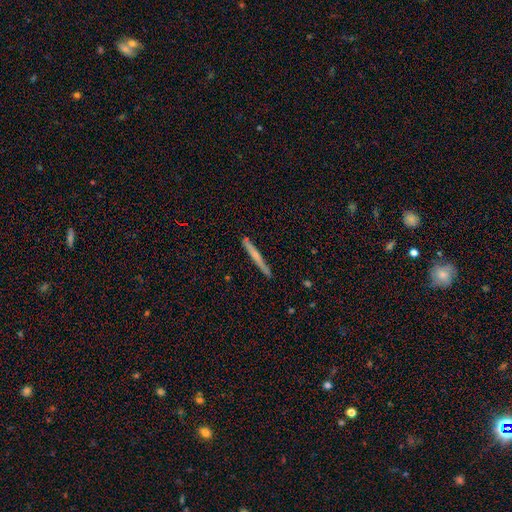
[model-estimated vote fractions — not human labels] Smooth or featured: smooth — 51% (featured or disk — 43%)
How rounded: cigar-shaped — 96% (in between — 2%)
Merging: none — 89% (minor disturbance — 8%)